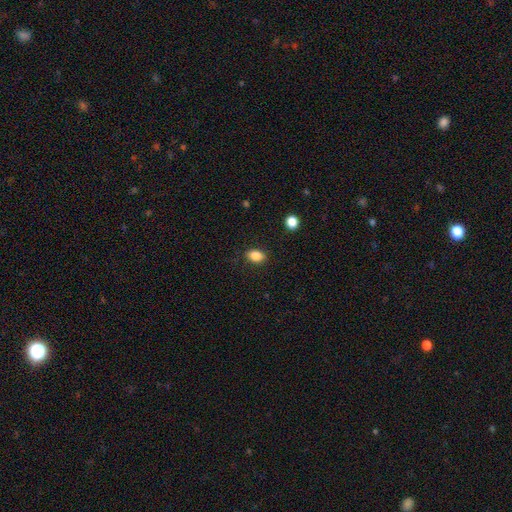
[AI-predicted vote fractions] smooth 86%, star or artifact 9%, featured or disk 5%. Down the decision tree: how rounded — in between (81%); merging — none (86%).